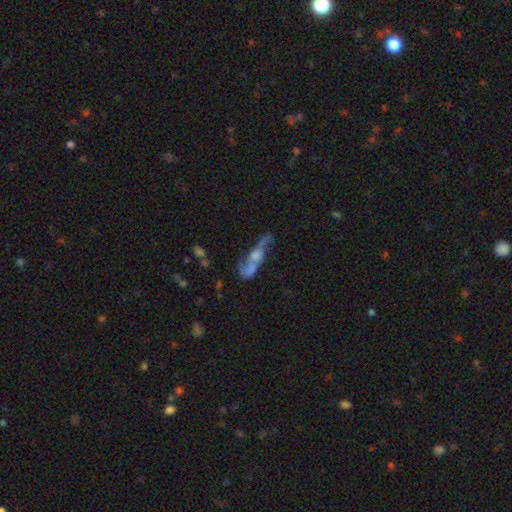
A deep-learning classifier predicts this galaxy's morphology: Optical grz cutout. It shows a featured or disk galaxy (59%). Merging: none (40%).